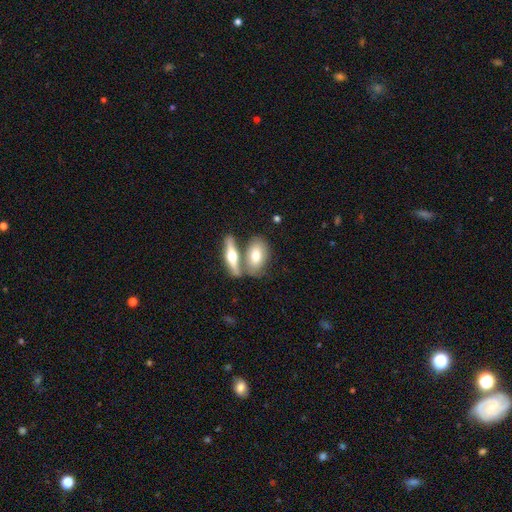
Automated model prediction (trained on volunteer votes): Q: Smooth or featured?
A: smooth (61%); runner-up: featured or disk (33%)
Q: How rounded?
A: in between (83%); runner-up: cigar-shaped (10%)
Q: Merging?
A: none (48%); runner-up: merger (37%)